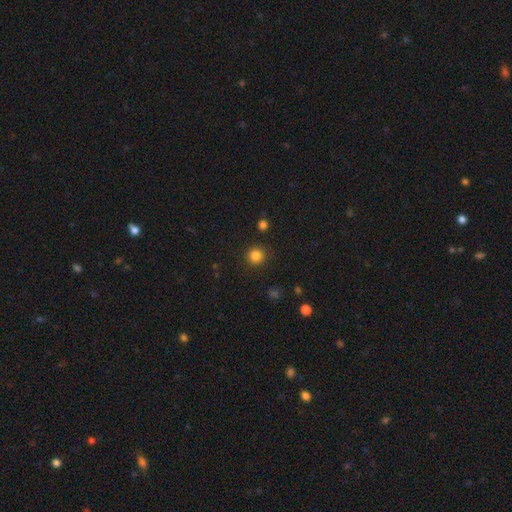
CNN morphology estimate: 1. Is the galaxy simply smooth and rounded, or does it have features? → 83% smooth, 12% star or artifact, 4% featured or disk.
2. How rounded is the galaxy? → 94% round, 5% in between, 1% cigar-shaped.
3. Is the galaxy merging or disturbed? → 91% none, 6% minor disturbance, 2% major disturbance, 1% merger.